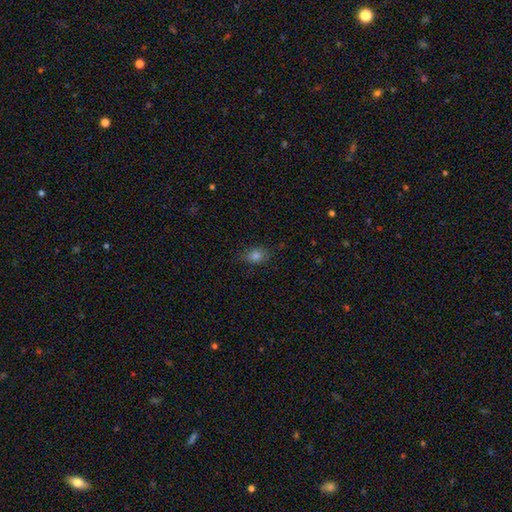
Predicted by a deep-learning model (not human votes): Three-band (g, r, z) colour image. It shows a smooth galaxy with no disk features (78%) that is in between round and cigar-shaped (64%). Merging: none (81%).